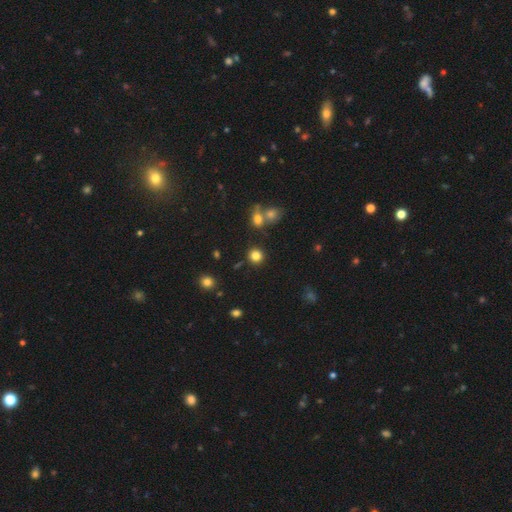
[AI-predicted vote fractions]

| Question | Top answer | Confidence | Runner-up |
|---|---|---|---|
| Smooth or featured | smooth | 81% | star or artifact (13%) |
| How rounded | round | 91% | in between (8%) |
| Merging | none | 85% | minor disturbance (7%) |